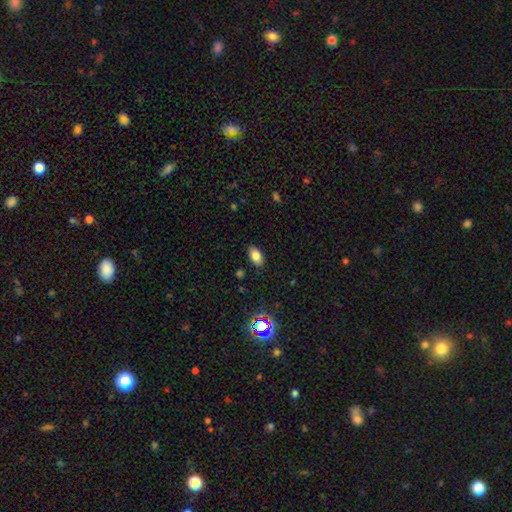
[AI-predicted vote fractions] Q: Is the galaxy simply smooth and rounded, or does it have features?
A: smooth — 79%.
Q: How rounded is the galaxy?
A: in between — 91%.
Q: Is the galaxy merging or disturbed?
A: none — 87%.